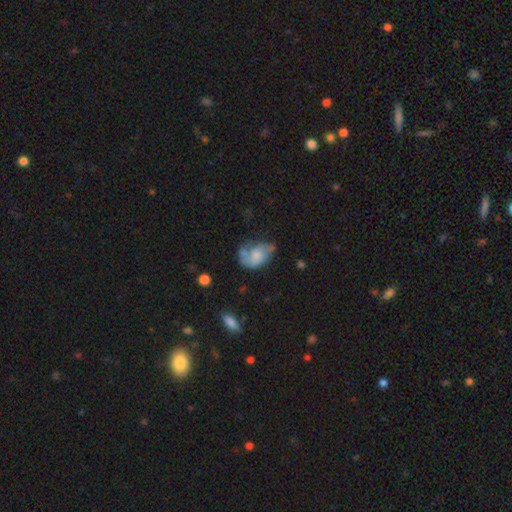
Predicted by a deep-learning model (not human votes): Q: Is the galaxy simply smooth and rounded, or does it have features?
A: smooth — 48%.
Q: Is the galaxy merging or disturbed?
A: none — 34%.